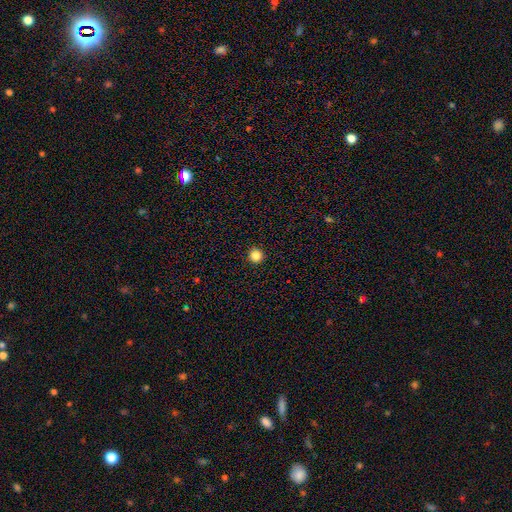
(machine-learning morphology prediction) The model was most divided on "smooth or featured": smooth: 85%, star or artifact: 12%, featured or disk: 3%. More confident: how rounded — round (95%); merging — none (94%).